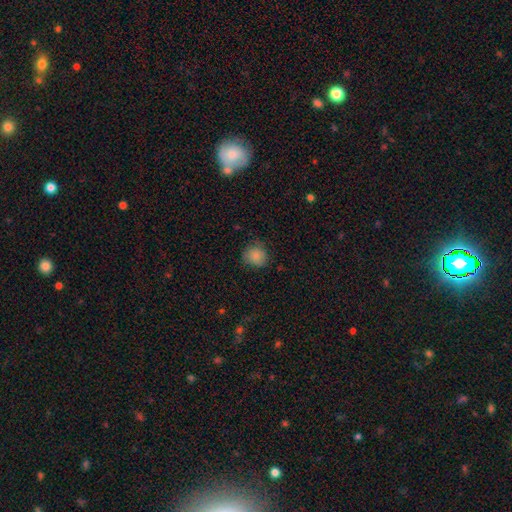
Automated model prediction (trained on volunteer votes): smooth-or-featured: smooth: 86% | star or artifact: 9% | featured or disk: 5%
  how-rounded: round: 83% | in between: 16% | cigar-shaped: 1%
  merging: none: 78% | minor disturbance: 17% | major disturbance: 4% | merger: 1%